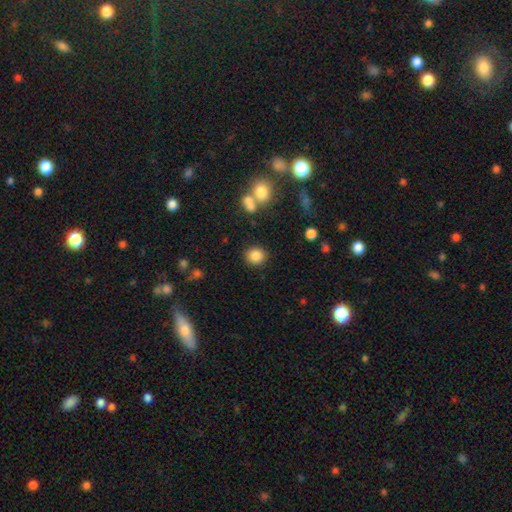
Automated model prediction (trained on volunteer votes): smooth_or_featured: smooth (p=0.85) [alt: star or artifact p=0.10]
how_rounded: round (p=0.85) [alt: in between p=0.14]
merging: none (p=0.86) [alt: minor disturbance p=0.07]